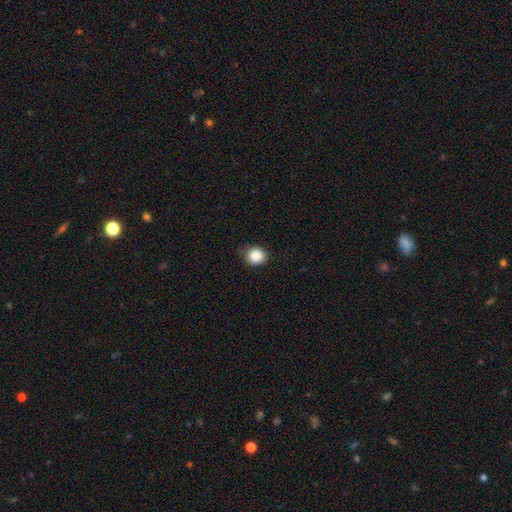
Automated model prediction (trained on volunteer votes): smooth 87%, star or artifact 9%, featured or disk 3%. Down the decision tree: how rounded — round (86%); merging — none (81%).